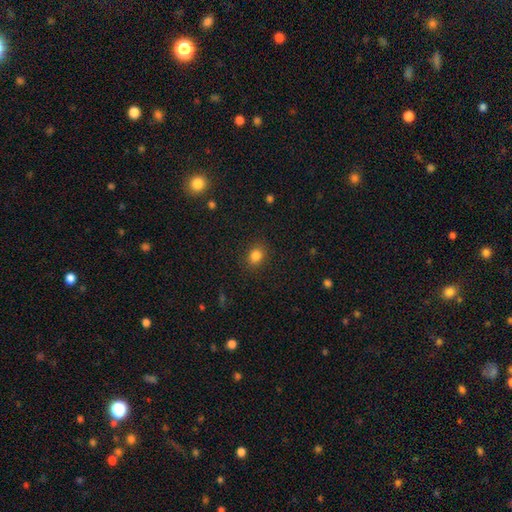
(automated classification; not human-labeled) Overall: smooth (84%). How rounded: round (52%; in between 47%). Merging: none (87%).